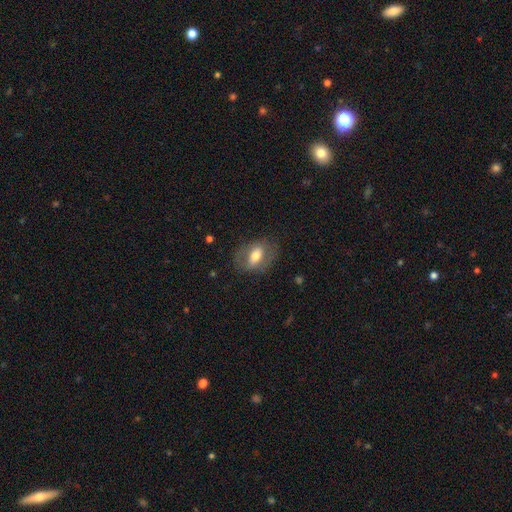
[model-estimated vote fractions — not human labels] Smooth or featured?
  - smooth: 53% *
  - featured or disk: 40%
  - star or artifact: 7%
How rounded?
  - in between: 83% *
  - round: 14%
  - cigar-shaped: 4%
Merging?
  - none: 72% *
  - minor disturbance: 17%
  - major disturbance: 9%
  - merger: 1%